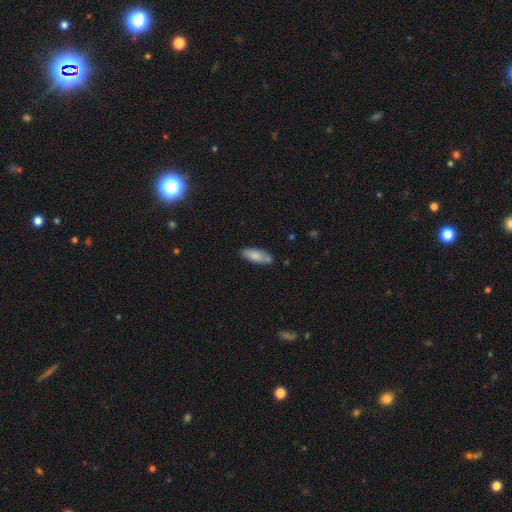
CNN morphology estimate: Smooth or featured?
  - smooth: 81% *
  - featured or disk: 13%
  - star or artifact: 6%
How rounded?
  - in between: 70% *
  - cigar-shaped: 28%
  - round: 2%
Merging?
  - none: 75% *
  - minor disturbance: 18%
  - merger: 5%
  - major disturbance: 3%